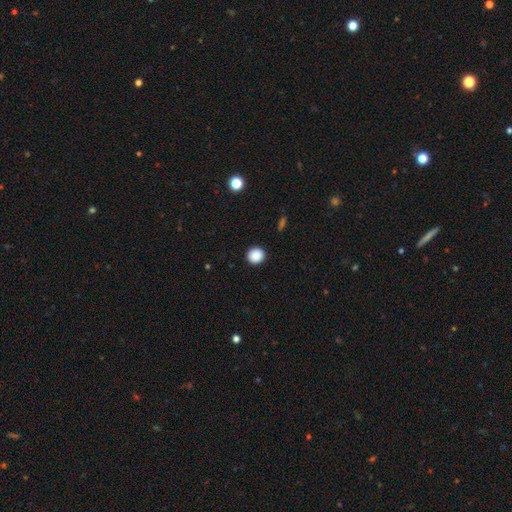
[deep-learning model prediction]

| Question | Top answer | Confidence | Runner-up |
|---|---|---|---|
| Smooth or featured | smooth | 89% | star or artifact (9%) |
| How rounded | round | 92% | in between (7%) |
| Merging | none | 93% | minor disturbance (5%) |